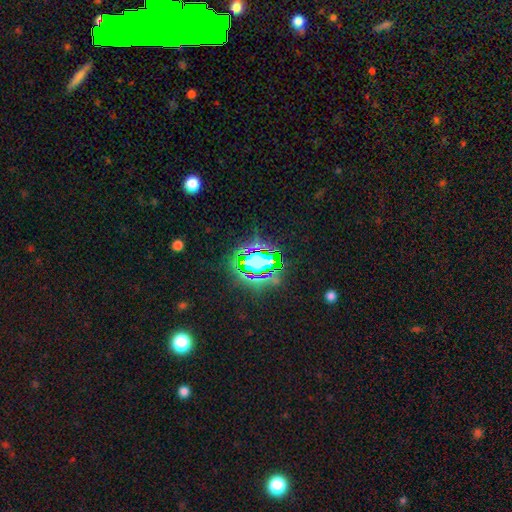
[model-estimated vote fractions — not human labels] smooth_or_featured: star or artifact (p=0.66) [alt: smooth p=0.19]